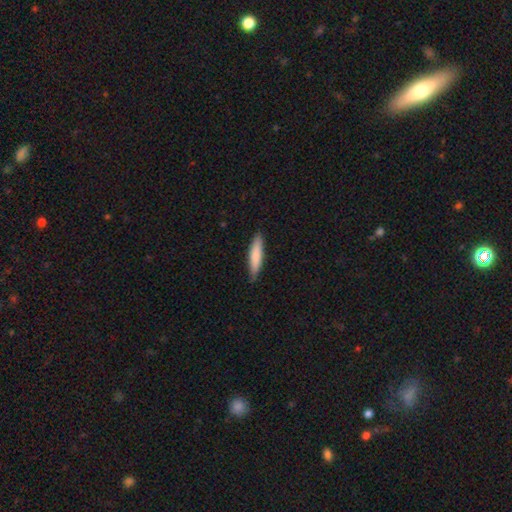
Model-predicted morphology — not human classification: This is clearly a smooth galaxy (80%). How rounded: clearly cigar-shaped (81%). Merging: clearly none (84%).